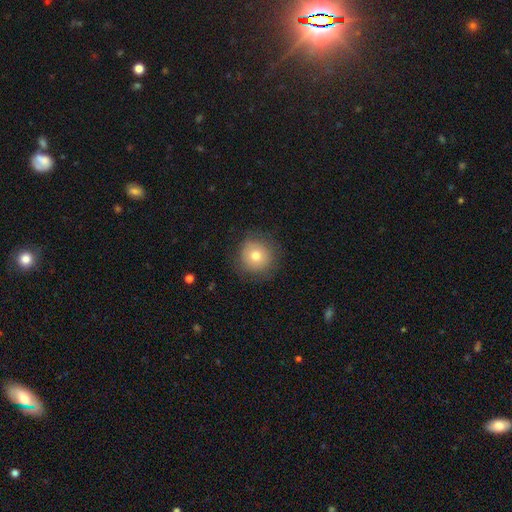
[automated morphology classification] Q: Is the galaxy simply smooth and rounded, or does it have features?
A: smooth — 74%.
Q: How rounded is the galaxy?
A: round — 92%.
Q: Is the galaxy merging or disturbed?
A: none — 82%.